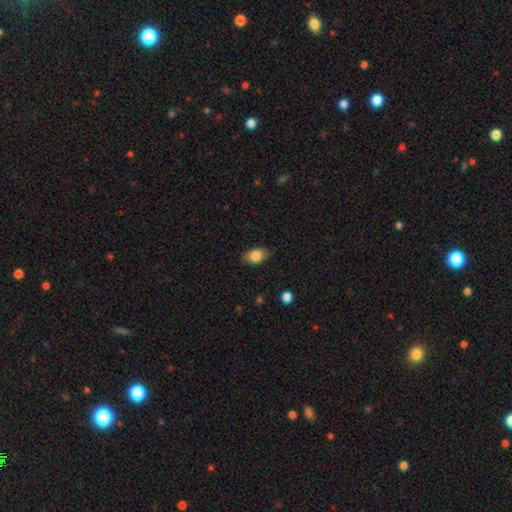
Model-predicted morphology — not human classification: smooth 83%, featured or disk 9%, star or artifact 8%. Down the decision tree: how rounded — in between (86%); merging — none (82%).